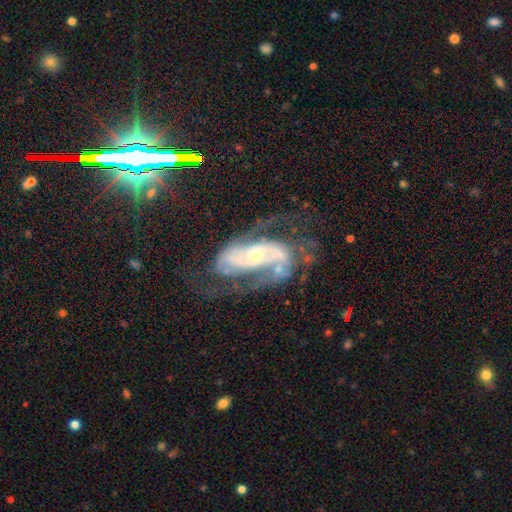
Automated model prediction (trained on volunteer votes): This is clearly a featured or disk galaxy (85%). It is clearly not viewed edge-on (95%). Bar: possibly no (49%). Spiral arm pattern: clearly yes (93%). Spiral arm count: likely 2 (74%). Spiral winding: possibly medium (48%). Central bulge: possibly small (58%). Merging: possibly none (53%).